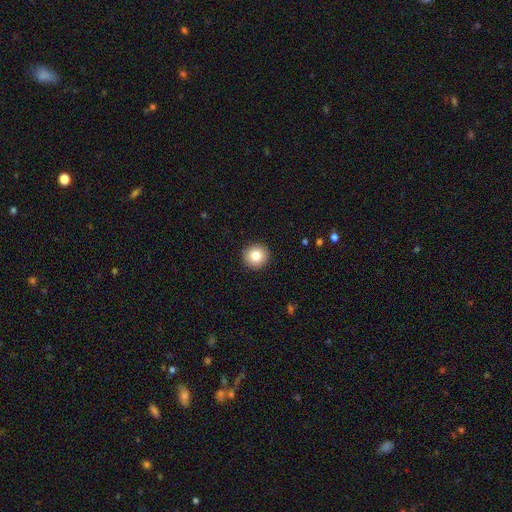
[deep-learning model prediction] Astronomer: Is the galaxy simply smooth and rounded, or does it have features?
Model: smooth — 84%.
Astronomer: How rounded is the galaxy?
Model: round — 94%.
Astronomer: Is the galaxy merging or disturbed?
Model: none — 92%.